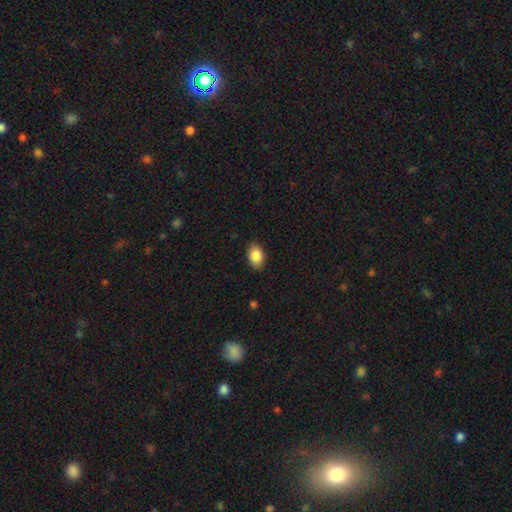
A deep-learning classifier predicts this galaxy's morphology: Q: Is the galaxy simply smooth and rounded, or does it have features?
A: smooth — 86%.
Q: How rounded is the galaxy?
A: in between — 83%.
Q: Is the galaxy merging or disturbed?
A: none — 87%.